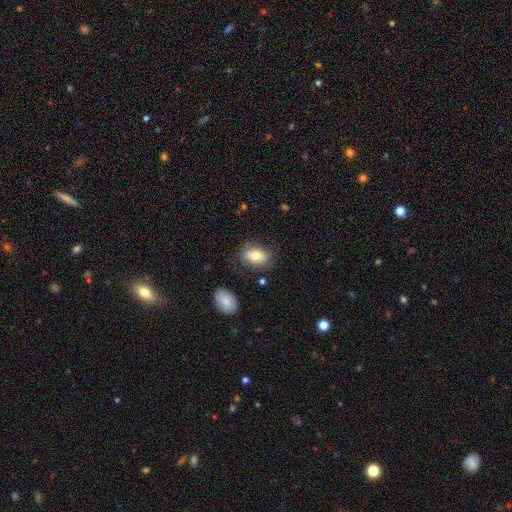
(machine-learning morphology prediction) smooth 73%, featured or disk 19%, star or artifact 8%. Down the decision tree: how rounded — in between (81%); merging — none (74%).